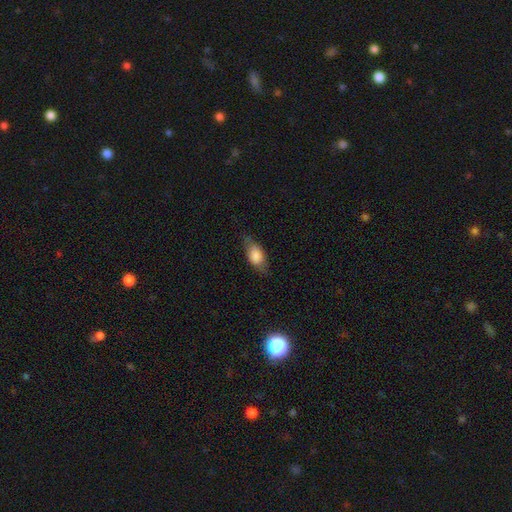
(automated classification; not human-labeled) smooth 76%, featured or disk 17%, star or artifact 7%. Down the decision tree: how rounded — in between (84%); merging — none (72%).